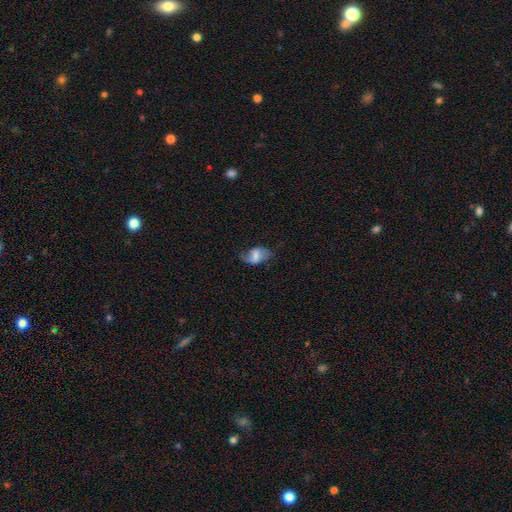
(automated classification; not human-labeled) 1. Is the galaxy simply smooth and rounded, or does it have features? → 50% smooth, 41% featured or disk, 9% star or artifact.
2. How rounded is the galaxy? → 87% in between, 11% round, 2% cigar-shaped.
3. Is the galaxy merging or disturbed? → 50% none, 29% minor disturbance, 19% major disturbance, 2% merger.